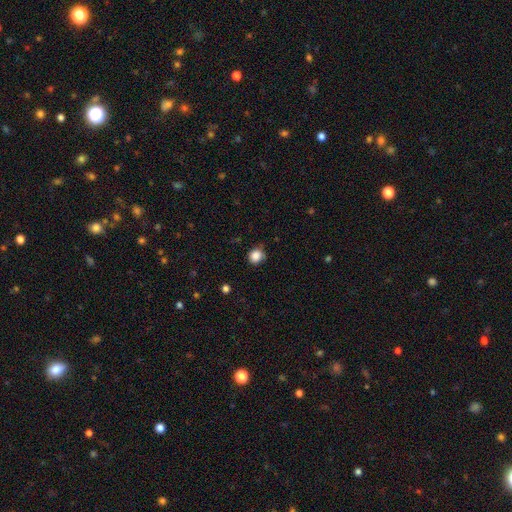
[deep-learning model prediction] smooth 86%, star or artifact 10%, featured or disk 4%. Down the decision tree: how rounded — round (81%); merging — none (76%).